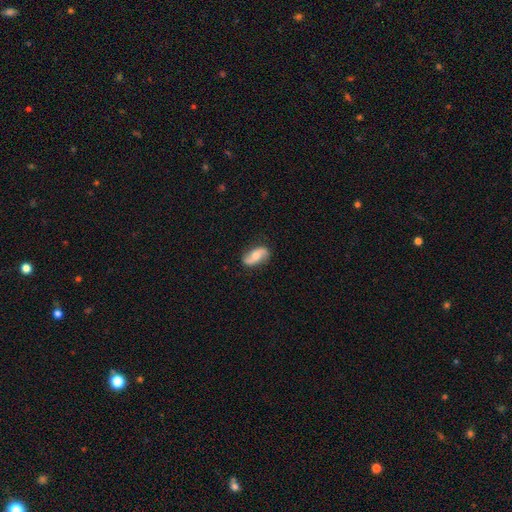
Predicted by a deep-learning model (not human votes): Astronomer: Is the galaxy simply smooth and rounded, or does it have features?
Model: featured or disk — 69%.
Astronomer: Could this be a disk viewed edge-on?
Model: no — 95%.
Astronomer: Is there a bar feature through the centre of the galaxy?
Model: no — 58%.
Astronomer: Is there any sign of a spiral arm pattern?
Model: yes — 93%.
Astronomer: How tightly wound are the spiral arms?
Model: loose — 64%.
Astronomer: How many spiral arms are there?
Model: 2 — 92%.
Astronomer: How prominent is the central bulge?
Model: moderate — 63%.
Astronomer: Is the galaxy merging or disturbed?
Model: none — 82%.